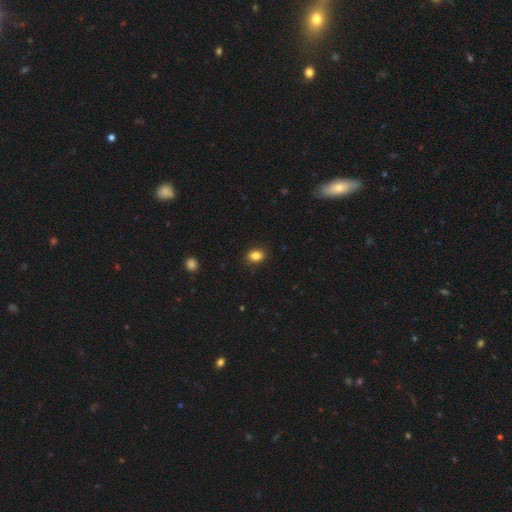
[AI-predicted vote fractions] Smooth or featured? smooth (85%)
How rounded? in between (62%)
Merging? none (88%)